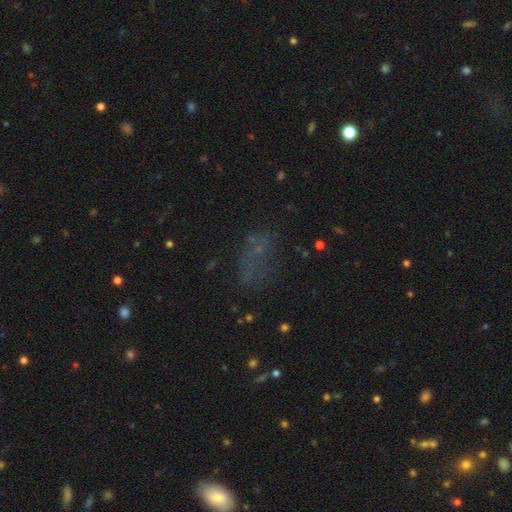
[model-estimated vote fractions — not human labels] smooth 41%, star or artifact 38%, featured or disk 20%. Down the decision tree: merging — none (51%).